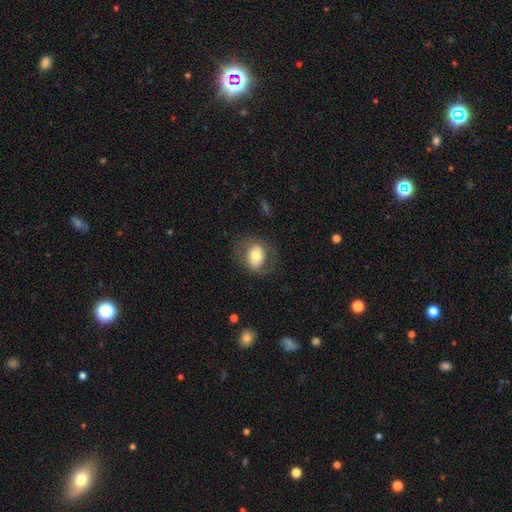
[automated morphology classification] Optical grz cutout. It shows a smooth galaxy with no disk features (63%) that is in between round and cigar-shaped (56%). Merging: none (70%).